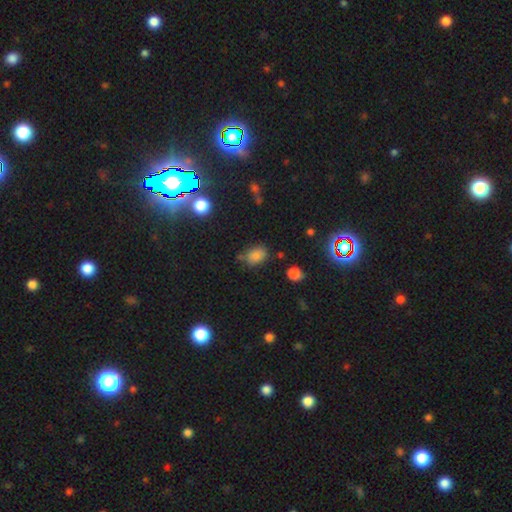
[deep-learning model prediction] A smooth galaxy with no disk features (77%) that is in between round and cigar-shaped (76%). Merging: none (65%).